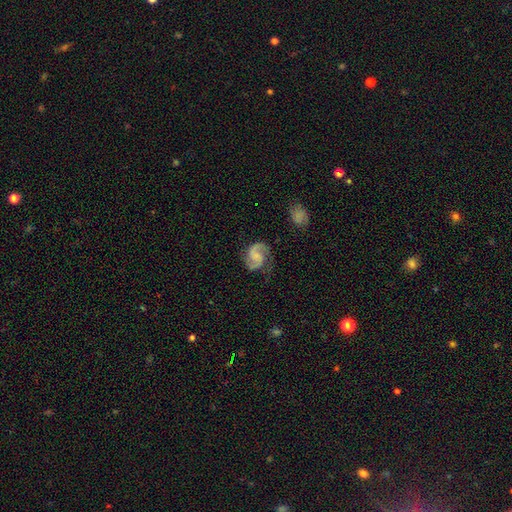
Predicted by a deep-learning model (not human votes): Smooth or featured? Predicted: featured or disk (p=0.87). Edge-on disk? Predicted: no (p=0.98). Bar? Predicted: no (p=0.52). Spiral arms? Predicted: yes (p=0.98). Spiral winding? Predicted: medium (p=0.57). Spiral arm count? Predicted: 2 (p=0.92). Bulge size? Predicted: none (p=0.44). Merging? Predicted: none (p=0.72).